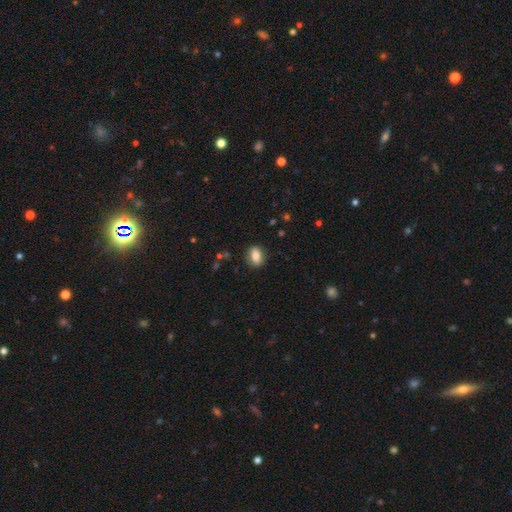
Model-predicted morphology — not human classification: Smooth or featured: smooth — 75% (featured or disk — 17%)
How rounded: in between — 72% (round — 25%)
Merging: none — 83% (minor disturbance — 12%)